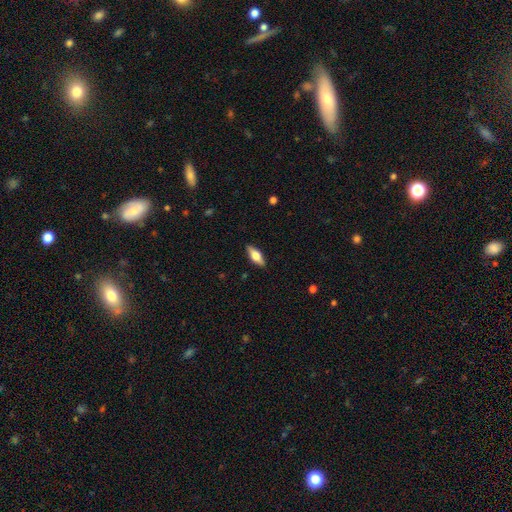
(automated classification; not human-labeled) Q: Smooth or featured?
A: smooth (54%); runner-up: featured or disk (40%)
Q: How rounded?
A: in between (68%); runner-up: cigar-shaped (29%)
Q: Merging?
A: none (88%); runner-up: minor disturbance (9%)